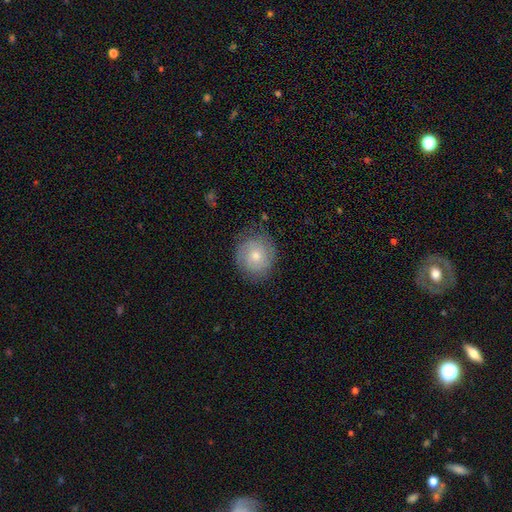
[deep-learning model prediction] Morphology: type=featured or disk (55%); edge-on=no (97%); bar=no (78%); spiral arms=yes (84%); bulge=moderate (57%); merging=none (81%).